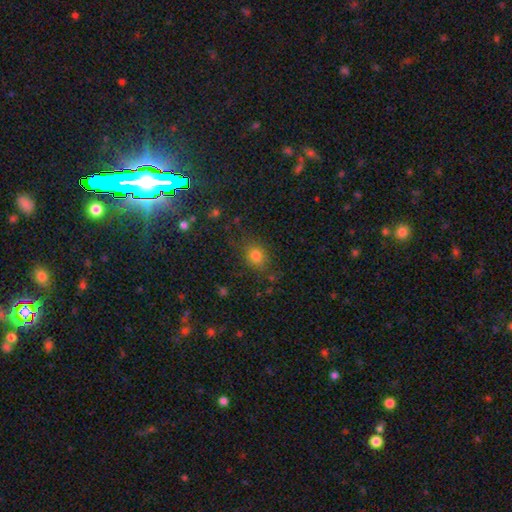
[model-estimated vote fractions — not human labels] smooth 75%, star or artifact 16%, featured or disk 8%. Down the decision tree: how rounded — round (60%); merging — none (75%).